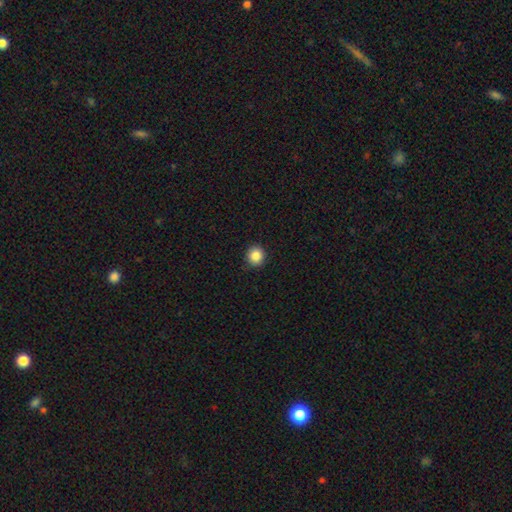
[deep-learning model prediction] Smooth or featured?
  - smooth: 87% *
  - star or artifact: 10%
  - featured or disk: 4%
How rounded?
  - round: 90% *
  - in between: 9%
  - cigar-shaped: 1%
Merging?
  - none: 90% *
  - minor disturbance: 7%
  - major disturbance: 2%
  - merger: 1%